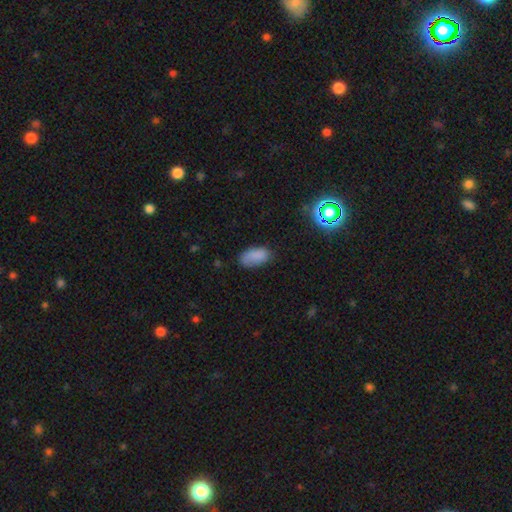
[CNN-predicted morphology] smooth 84%, star or artifact 10%, featured or disk 7%. Down the decision tree: how rounded — in between (93%); merging — none (69%).